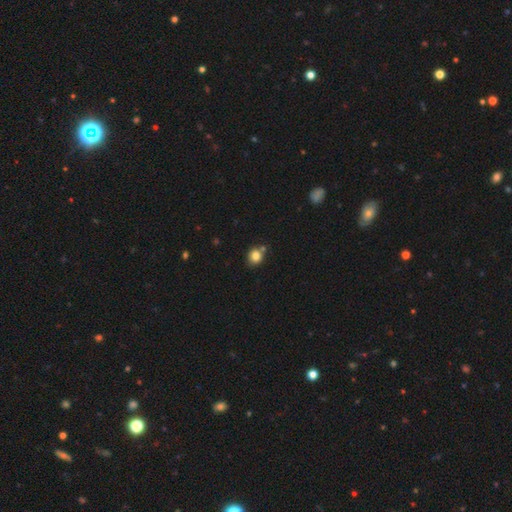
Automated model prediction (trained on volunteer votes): The model was most divided on "how rounded": round: 76%, in between: 23%, cigar-shaped: 1%. More confident: smooth or featured — smooth (82%); merging — none (71%).